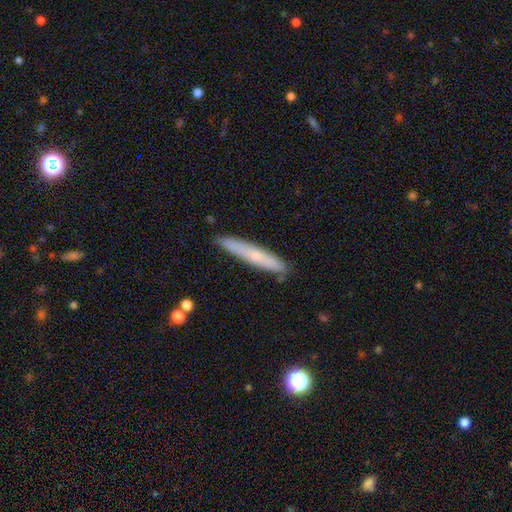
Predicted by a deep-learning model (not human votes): Smooth or featured? Predicted: smooth (p=0.61). How rounded? Predicted: cigar-shaped (p=0.94). Merging? Predicted: none (p=0.87).